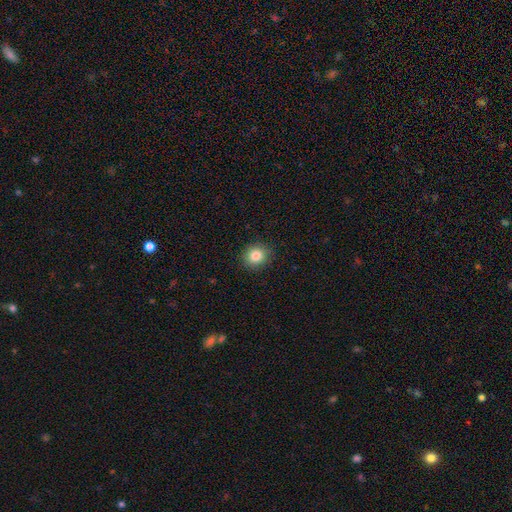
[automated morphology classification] smooth_or_featured: smooth (p=0.84) [alt: star or artifact p=0.10]
how_rounded: round (p=0.82) [alt: in between p=0.17]
merging: none (p=0.90) [alt: minor disturbance p=0.07]